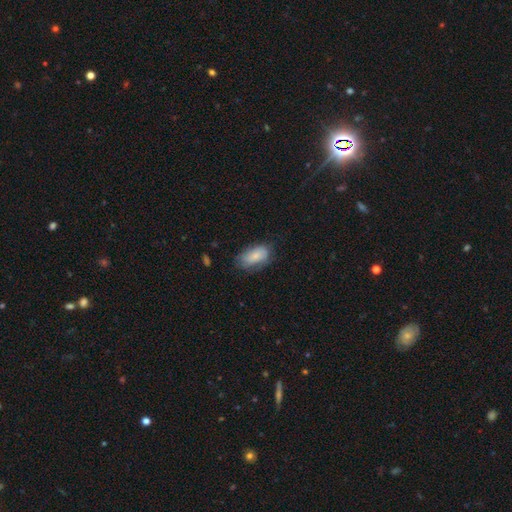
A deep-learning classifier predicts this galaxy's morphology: Smooth or featured? smooth (79%)
How rounded? in between (92%)
Merging? none (61%)